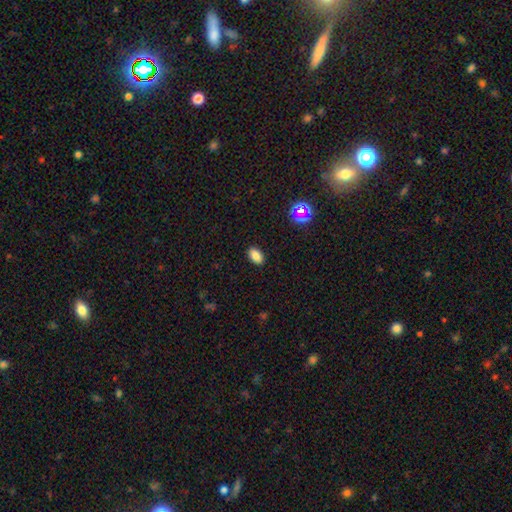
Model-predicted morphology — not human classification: The model was most divided on "smooth or featured": smooth: 82%, star or artifact: 12%, featured or disk: 5%. More confident: how rounded — in between (90%); merging — none (89%).